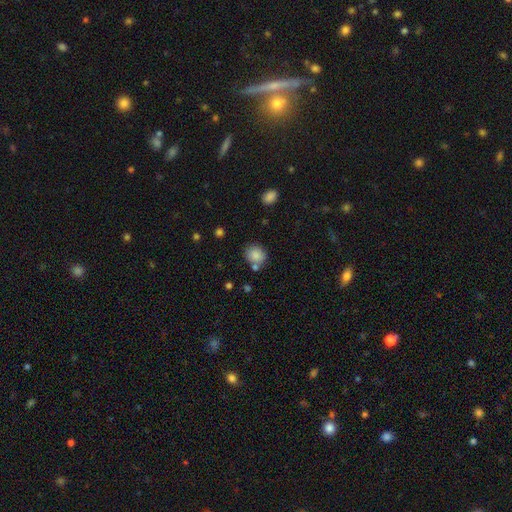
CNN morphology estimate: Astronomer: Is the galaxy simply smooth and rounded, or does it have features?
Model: smooth — 85%.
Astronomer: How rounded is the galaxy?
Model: round — 73%.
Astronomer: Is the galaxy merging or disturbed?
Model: none — 72%.